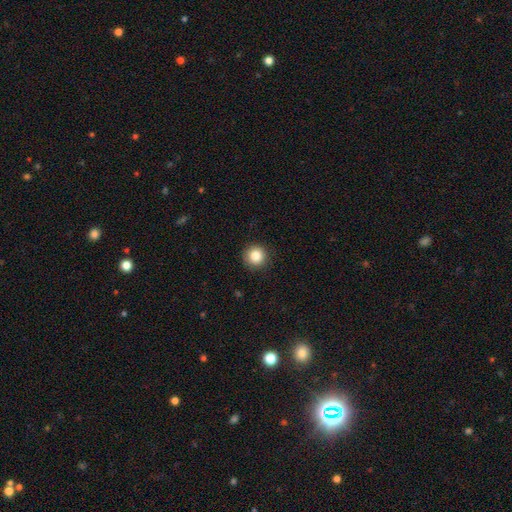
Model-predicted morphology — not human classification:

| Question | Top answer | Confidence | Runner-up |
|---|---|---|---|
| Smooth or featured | smooth | 84% | star or artifact (10%) |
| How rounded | round | 95% | in between (4%) |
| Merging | none | 91% | minor disturbance (6%) |